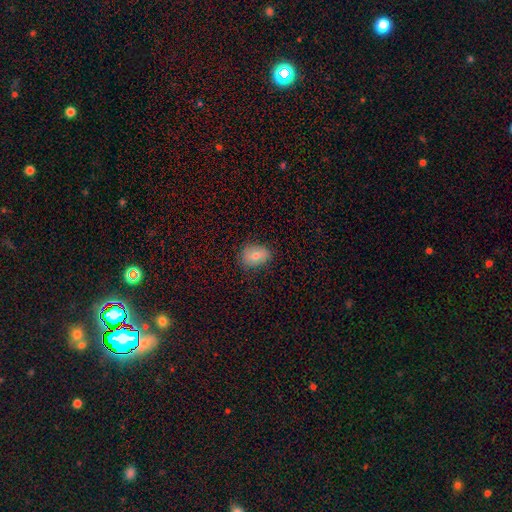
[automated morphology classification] smooth 72%, featured or disk 18%, star or artifact 10%. Down the decision tree: how rounded — in between (61%); merging — none (80%).